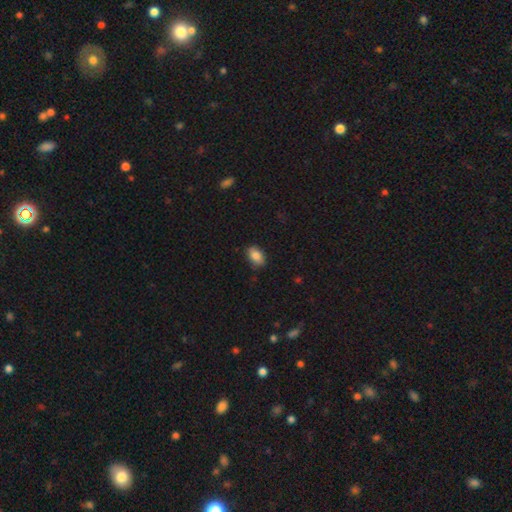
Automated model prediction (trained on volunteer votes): A smooth galaxy with no disk features (86%) that is in between round and cigar-shaped (88%).

Vote fractions:
- Smooth or featured? smooth: 86% / star or artifact: 8% / featured or disk: 7%
- How rounded? in between: 88% / round: 10% / cigar-shaped: 2%
- Merging? none: 85% / minor disturbance: 12% / major disturbance: 2% / merger: 1%